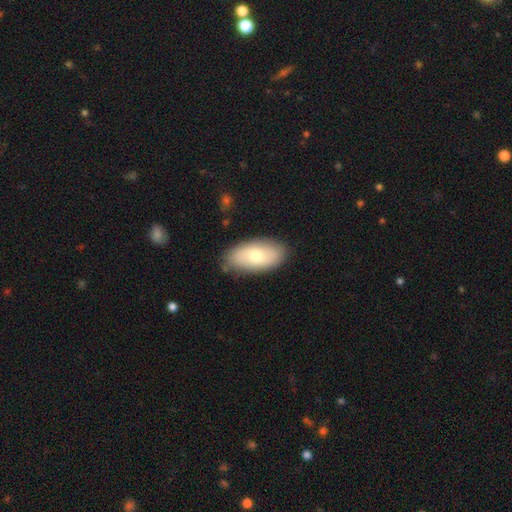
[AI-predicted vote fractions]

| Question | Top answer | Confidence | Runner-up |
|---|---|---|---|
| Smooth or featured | smooth | 72% | featured or disk (22%) |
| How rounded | in between | 94% | round (3%) |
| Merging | none | 82% | minor disturbance (14%) |